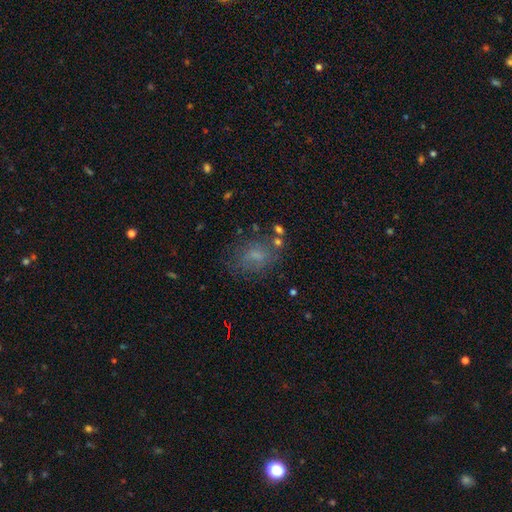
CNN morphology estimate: A smooth galaxy with no disk features (60%) that is in between round and cigar-shaped (73%). Merging: none (58%).